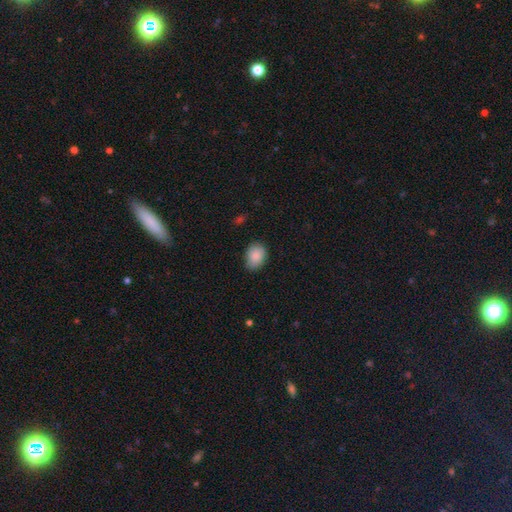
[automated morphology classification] type=smooth (87%); roundness=in between (67%); merging=none (76%).